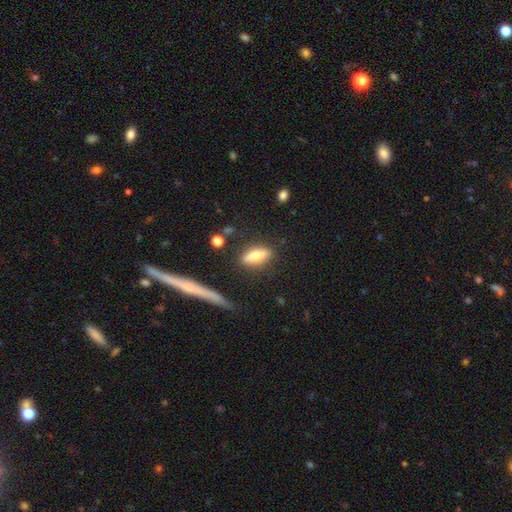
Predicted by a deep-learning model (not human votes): This appears to be a smooth galaxy with no disk features (60%) that is in between round and cigar-shaped (55%). Merging: none (83%).